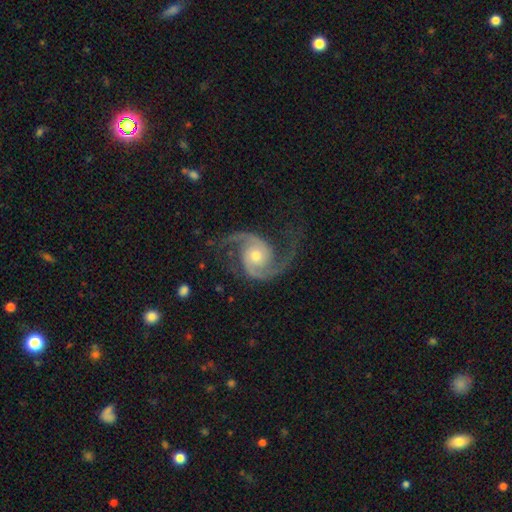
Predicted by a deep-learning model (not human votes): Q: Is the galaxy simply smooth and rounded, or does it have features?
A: featured or disk — 93%.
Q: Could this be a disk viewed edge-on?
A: no — 98%.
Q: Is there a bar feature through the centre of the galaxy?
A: no — 72%.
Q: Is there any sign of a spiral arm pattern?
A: yes — 98%.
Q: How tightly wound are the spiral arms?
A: medium — 54%.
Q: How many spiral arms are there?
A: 2 — 94%.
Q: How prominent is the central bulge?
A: moderate — 58%.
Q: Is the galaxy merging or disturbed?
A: none — 76%.